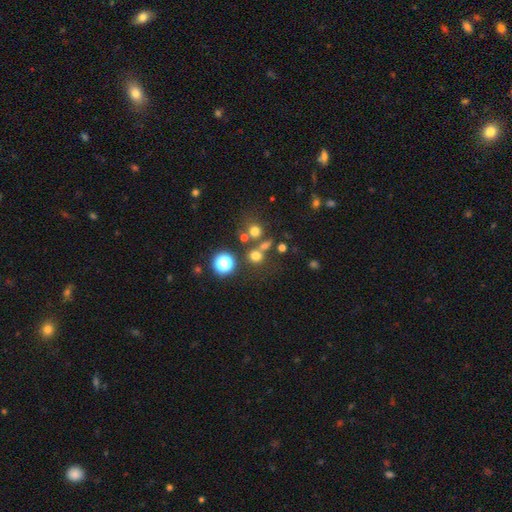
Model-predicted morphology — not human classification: This appears to be a smooth galaxy with no disk features (65%) that is round (85%). Merging: none (63%).